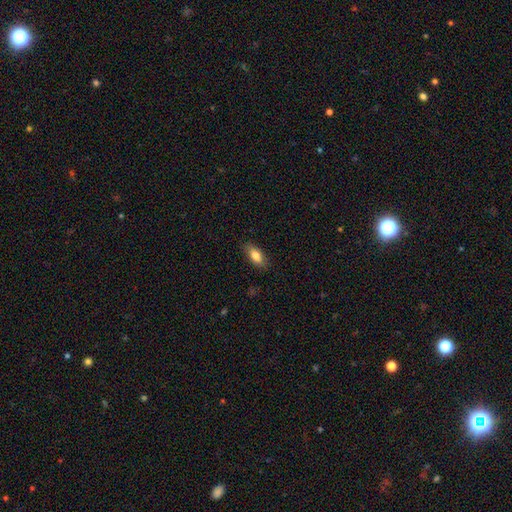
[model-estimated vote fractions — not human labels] smooth_or_featured: smooth (p=0.78) [alt: featured or disk p=0.15]
how_rounded: in between (p=0.82) [alt: cigar-shaped p=0.15]
merging: none (p=0.84) [alt: minor disturbance p=0.12]